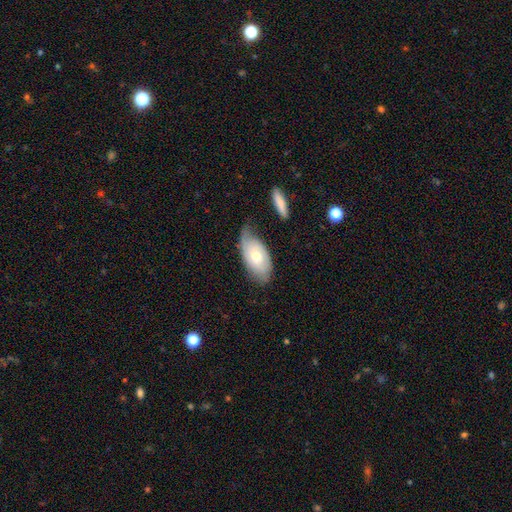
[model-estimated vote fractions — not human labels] The model was most divided on "smooth or featured": smooth: 53%, featured or disk: 41%, star or artifact: 7%. More confident: how rounded — in between (92%); merging — none (52%).